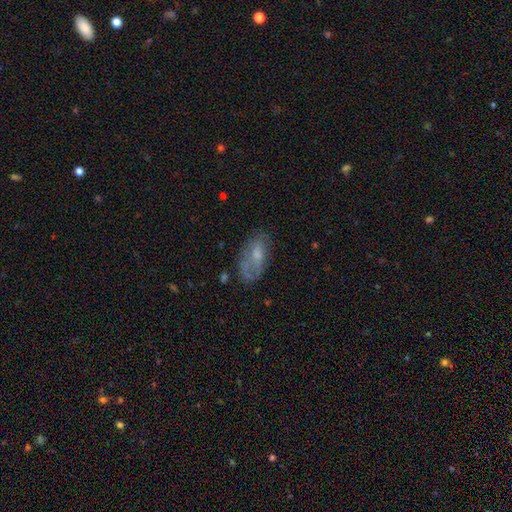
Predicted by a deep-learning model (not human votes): Smooth or featured: smooth — 51% (featured or disk — 40%)
How rounded: in between — 89% (cigar-shaped — 6%)
Merging: none — 53% (minor disturbance — 27%)